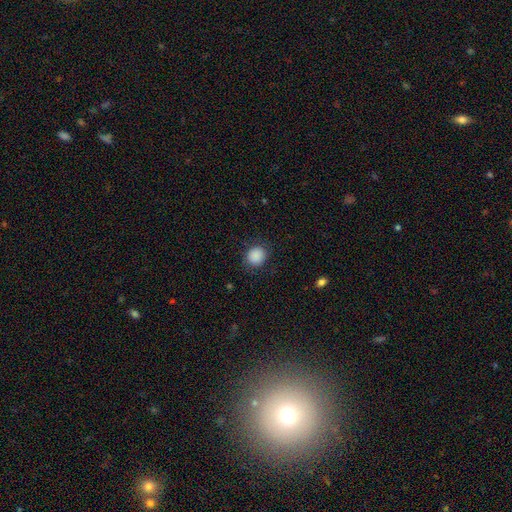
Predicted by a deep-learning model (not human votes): Smooth or featured? Predicted: smooth (p=0.89). How rounded? Predicted: round (p=0.78). Merging? Predicted: none (p=0.86).